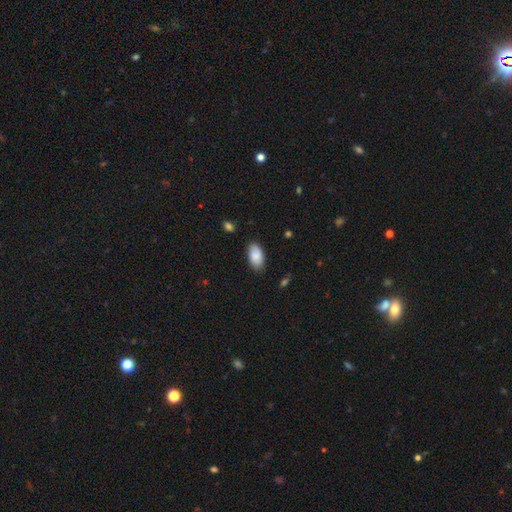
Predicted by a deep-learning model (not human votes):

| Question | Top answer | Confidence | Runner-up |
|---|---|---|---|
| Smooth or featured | smooth | 86% | featured or disk (8%) |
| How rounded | in between | 95% | round (3%) |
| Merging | none | 82% | minor disturbance (14%) |